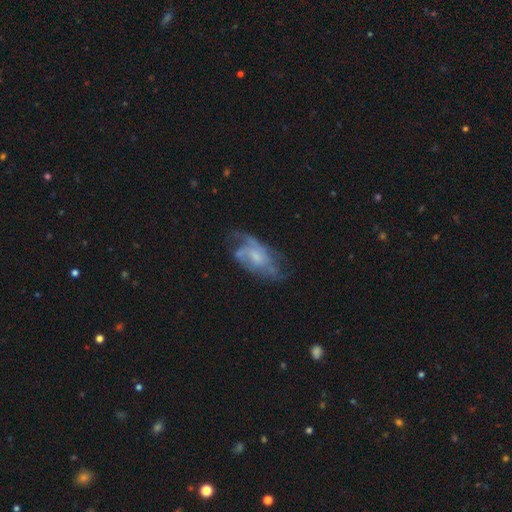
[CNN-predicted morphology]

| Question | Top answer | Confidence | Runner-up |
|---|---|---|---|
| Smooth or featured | featured or disk | 72% | smooth (20%) |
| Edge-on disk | no | 94% | yes (6%) |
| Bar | no | 64% | weak (32%) |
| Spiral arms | yes | 80% | no (20%) |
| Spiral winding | medium | 44% | tight (30%) |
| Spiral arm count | can't tell | 38% | 2 (31%) |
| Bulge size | small | 43% | moderate (34%) |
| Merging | none | 49% | minor disturbance (25%) |